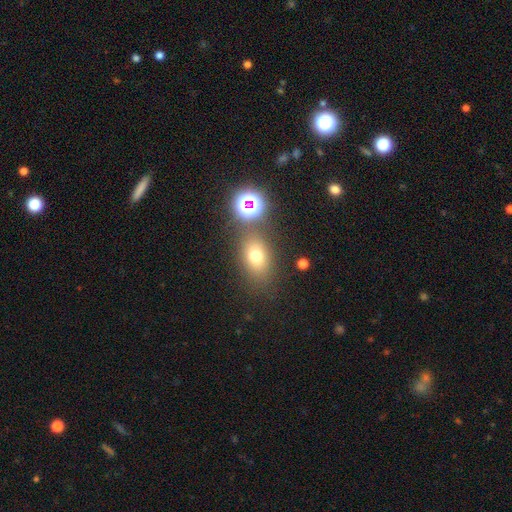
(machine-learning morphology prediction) The model was most divided on "how rounded": in between: 67%, round: 31%, cigar-shaped: 2%. More confident: merging — none (74%); smooth or featured — smooth (69%).